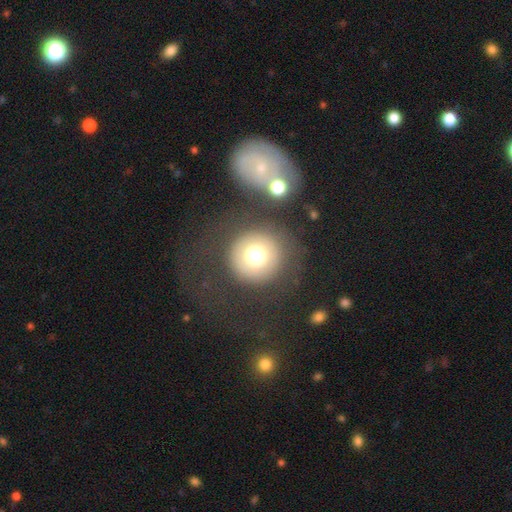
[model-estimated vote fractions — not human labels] A smooth galaxy with no disk features (69%) that is round (95%). Merging: none (80%).